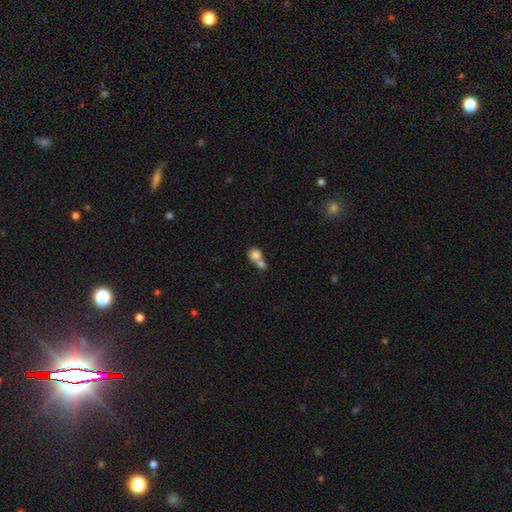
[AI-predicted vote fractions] Smooth or featured: smooth — 80% (featured or disk — 11%)
How rounded: round — 81% (in between — 18%)
Merging: merger — 64% (none — 27%)